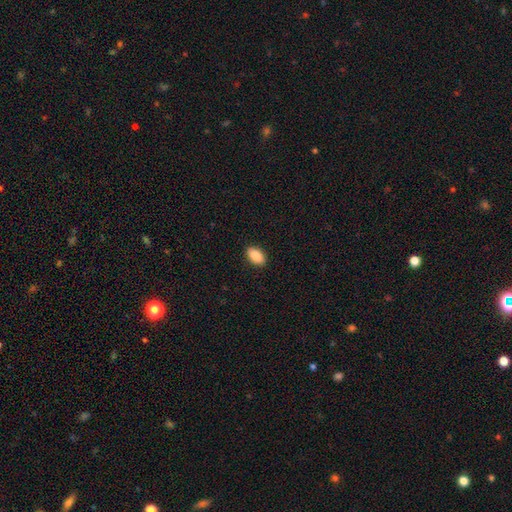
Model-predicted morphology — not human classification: A smooth galaxy with no disk features (89%) that is in between round and cigar-shaped (93%). Merging: none (90%).